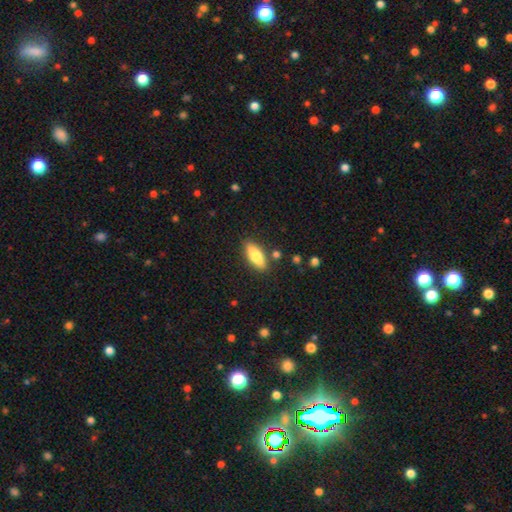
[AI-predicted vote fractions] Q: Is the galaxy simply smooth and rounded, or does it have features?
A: smooth — 75%.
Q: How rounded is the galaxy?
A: in between — 68%.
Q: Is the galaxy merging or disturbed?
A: none — 84%.